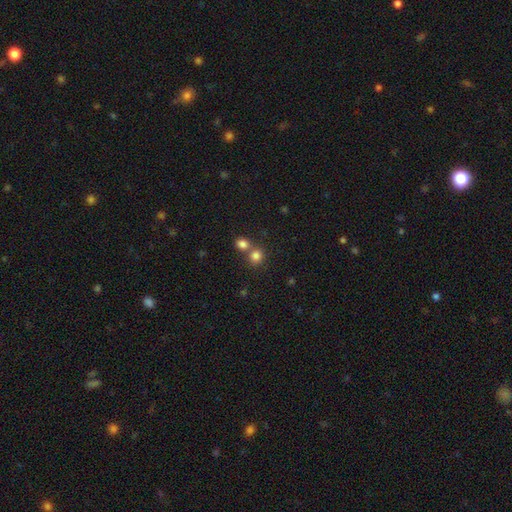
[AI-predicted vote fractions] Smooth or featured? Predicted: smooth (p=0.81). How rounded? Predicted: round (p=0.82). Merging? Predicted: none (p=0.52).